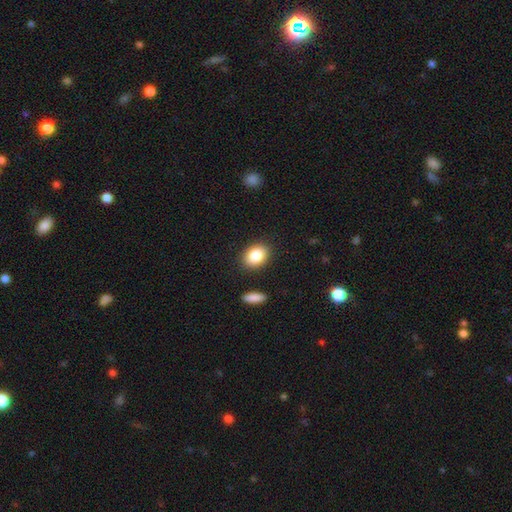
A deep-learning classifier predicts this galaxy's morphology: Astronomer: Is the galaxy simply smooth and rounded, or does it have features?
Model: smooth — 85%.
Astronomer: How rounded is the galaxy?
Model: in between — 76%.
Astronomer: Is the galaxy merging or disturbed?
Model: none — 86%.